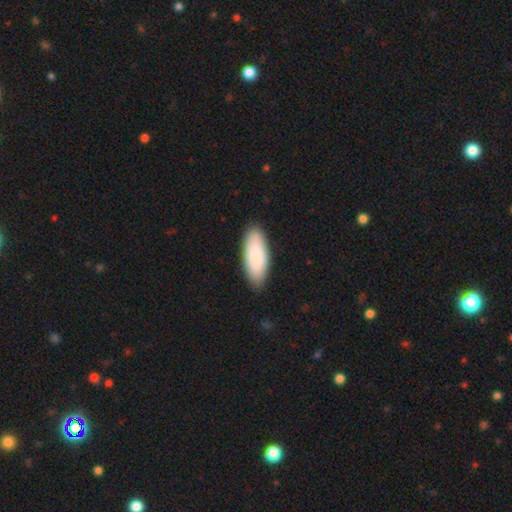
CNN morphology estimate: A smooth galaxy with no disk features (87%) that is in between round and cigar-shaped (77%). Merging: none (87%).